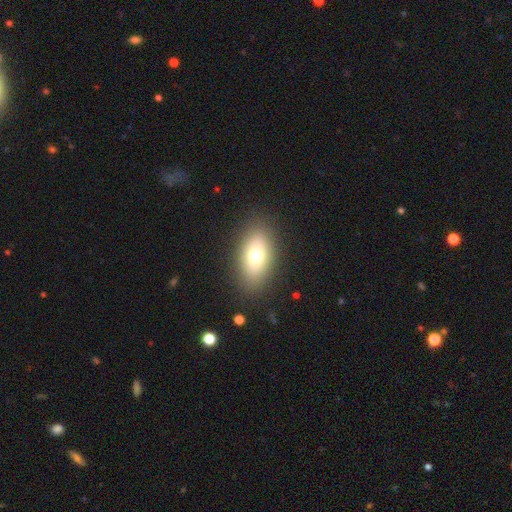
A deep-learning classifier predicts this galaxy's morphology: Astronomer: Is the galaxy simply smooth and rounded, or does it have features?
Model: smooth — 72%.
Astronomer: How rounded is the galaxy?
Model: in between — 88%.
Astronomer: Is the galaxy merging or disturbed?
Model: none — 86%.